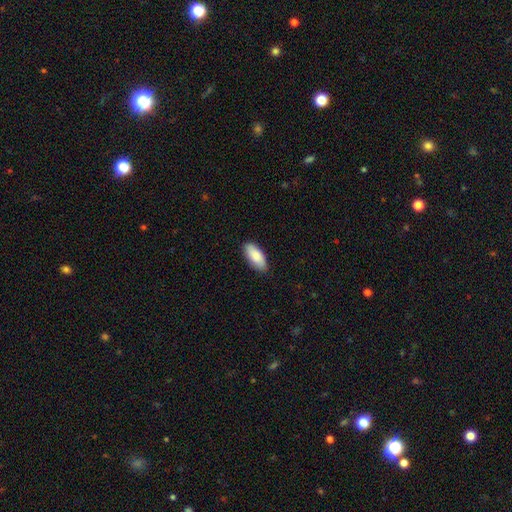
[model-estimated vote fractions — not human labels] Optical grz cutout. It shows a smooth galaxy with no disk features (86%) that is in between round and cigar-shaped (86%). Merging: none (87%).